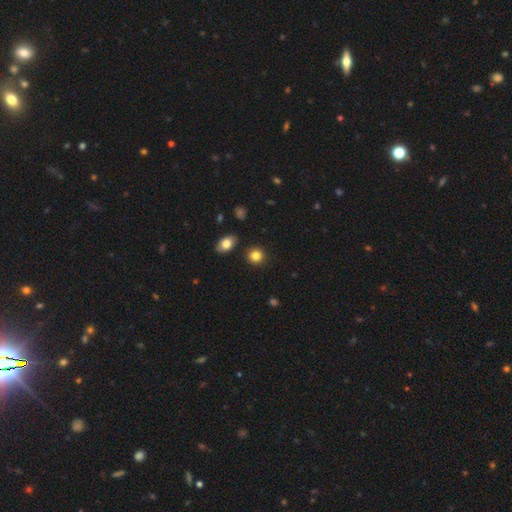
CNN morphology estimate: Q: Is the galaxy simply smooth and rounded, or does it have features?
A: smooth — 83%.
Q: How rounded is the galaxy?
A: round — 83%.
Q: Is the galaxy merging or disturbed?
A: none — 88%.